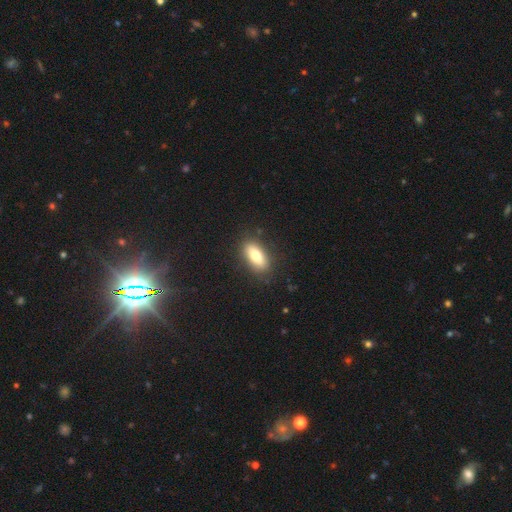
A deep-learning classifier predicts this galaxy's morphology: Smooth or featured?
  - smooth: 77% *
  - featured or disk: 16%
  - star or artifact: 7%
How rounded?
  - in between: 83% *
  - cigar-shaped: 14%
  - round: 4%
Merging?
  - none: 86% *
  - minor disturbance: 10%
  - major disturbance: 3%
  - merger: 1%